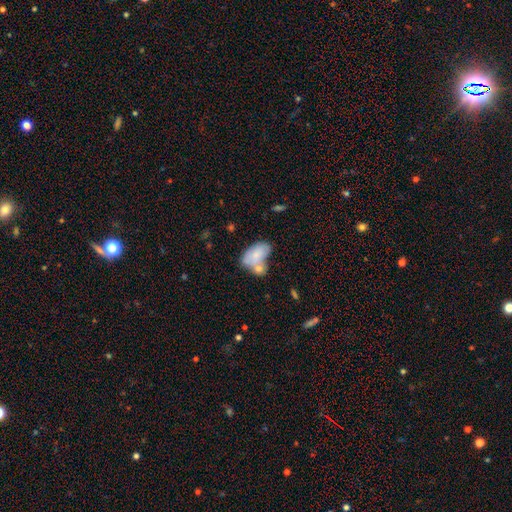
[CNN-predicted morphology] Smooth or featured: smooth — 72% (featured or disk — 22%)
How rounded: in between — 92% (round — 6%)
Merging: merger — 45% (none — 29%)